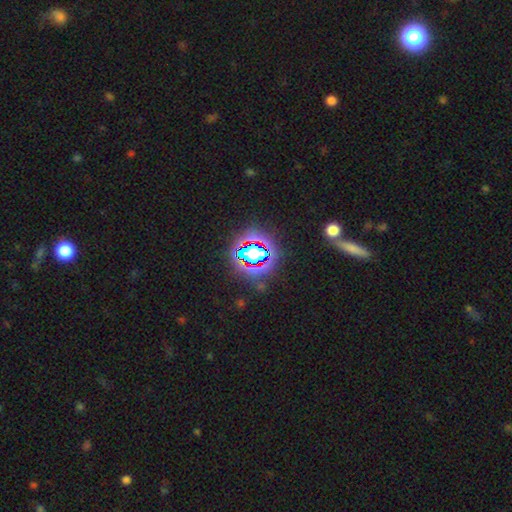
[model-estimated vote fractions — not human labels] Smooth or featured? Predicted: star or artifact (p=0.65).